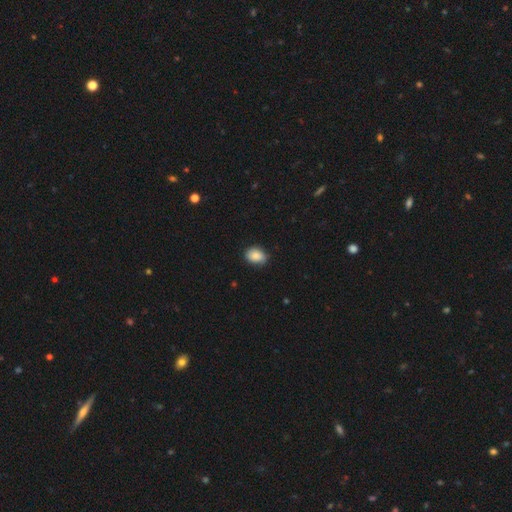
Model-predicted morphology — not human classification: smooth-or-featured: smooth: 86% | star or artifact: 8% | featured or disk: 6%
  how-rounded: in between: 68% | round: 31% | cigar-shaped: 1%
  merging: none: 81% | minor disturbance: 16% | major disturbance: 2% | merger: 1%